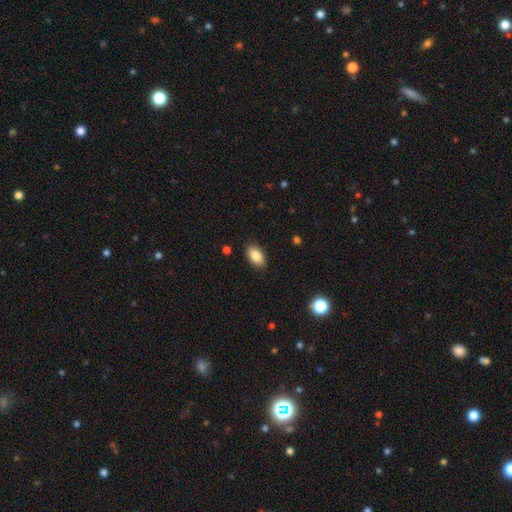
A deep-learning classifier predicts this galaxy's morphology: Overall: smooth (86%). How rounded: in between (93%). Merging: none (88%).